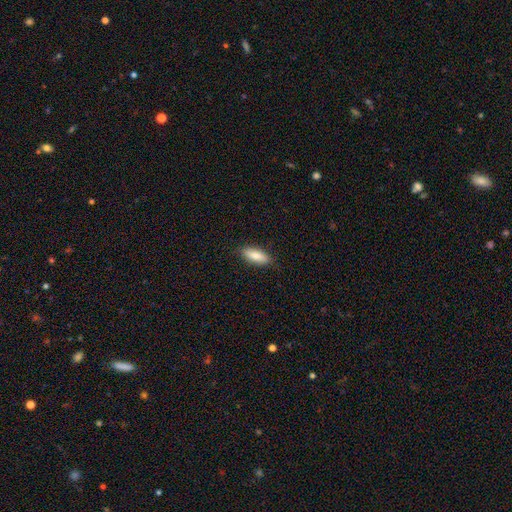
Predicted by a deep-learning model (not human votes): smooth_or_featured: smooth (p=0.82) [alt: featured or disk p=0.12]
how_rounded: in between (p=0.66) [alt: cigar-shaped p=0.32]
merging: none (p=0.86) [alt: minor disturbance p=0.11]